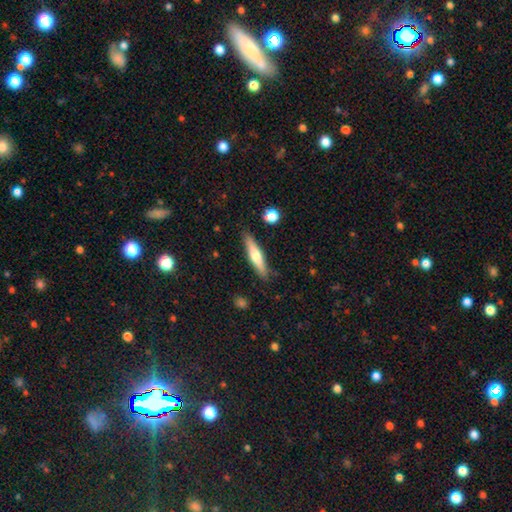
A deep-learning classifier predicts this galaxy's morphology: smooth-or-featured: smooth: 53% | featured or disk: 42% | star or artifact: 6%
  how-rounded: cigar-shaped: 84% | in between: 14% | round: 2%
  merging: none: 85% | minor disturbance: 11% | major disturbance: 2% | merger: 2%